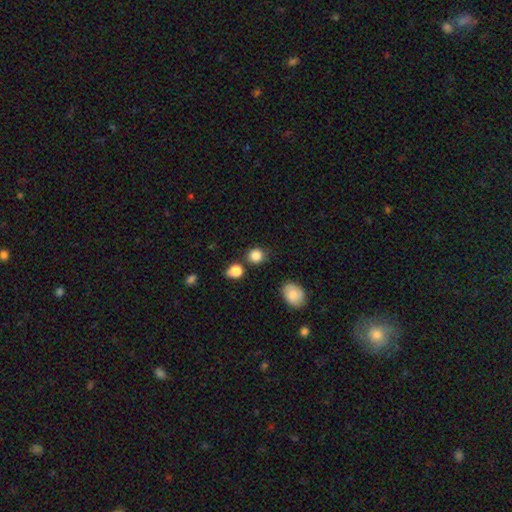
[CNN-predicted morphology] smooth 85%, star or artifact 11%, featured or disk 4%. Down the decision tree: how rounded — round (85%); merging — none (79%).